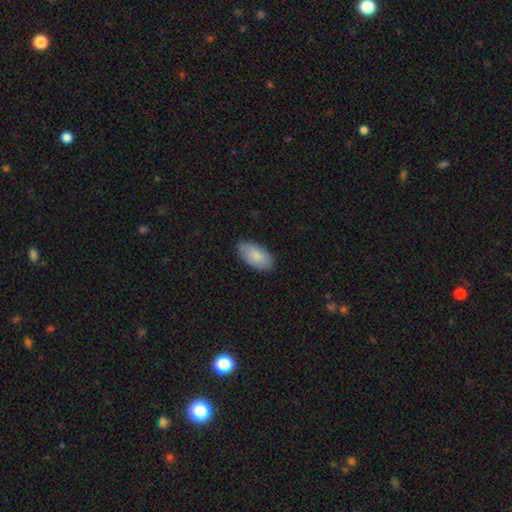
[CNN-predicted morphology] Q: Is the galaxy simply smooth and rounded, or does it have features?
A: smooth — 86%.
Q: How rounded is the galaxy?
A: in between — 95%.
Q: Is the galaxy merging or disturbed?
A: none — 85%.